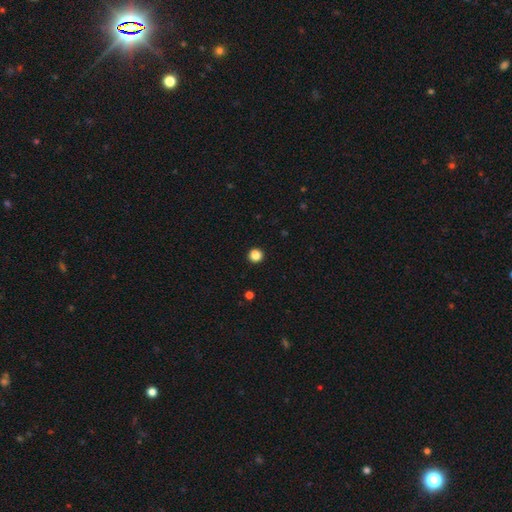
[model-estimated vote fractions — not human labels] This appears to be a smooth galaxy with no disk features (85%) that is round (95%). Merging: none (94%).